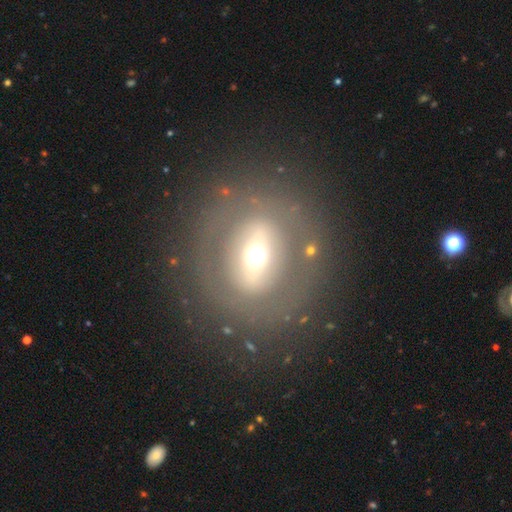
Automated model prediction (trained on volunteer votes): smooth-or-featured: featured or disk: 58% | smooth: 32% | star or artifact: 10%
  disk-edge-on: no: 87% | yes: 13%
    bar: strong: 46% | no: 28% | weak: 26%
    has-spiral-arms: no: 87% | yes: 13%
    bulge-size: moderate: 57% | small: 28% | large: 11% | dominant: 3% | none: 1%
  merging: none: 80% | minor disturbance: 10% | major disturbance: 8% | merger: 2%